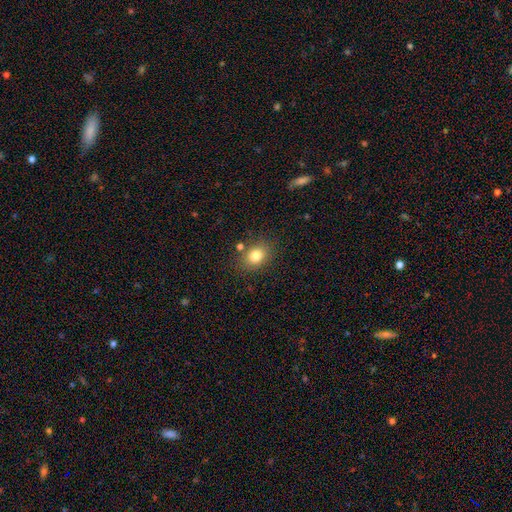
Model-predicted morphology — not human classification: The model was most divided on "how rounded": in between: 55%, round: 44%, cigar-shaped: 1%. More confident: smooth or featured — smooth (81%); merging — none (79%).